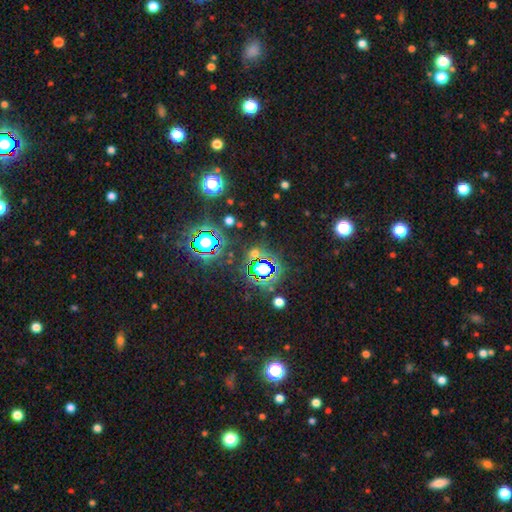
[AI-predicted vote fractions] Morphology: type=star or artifact (77%).